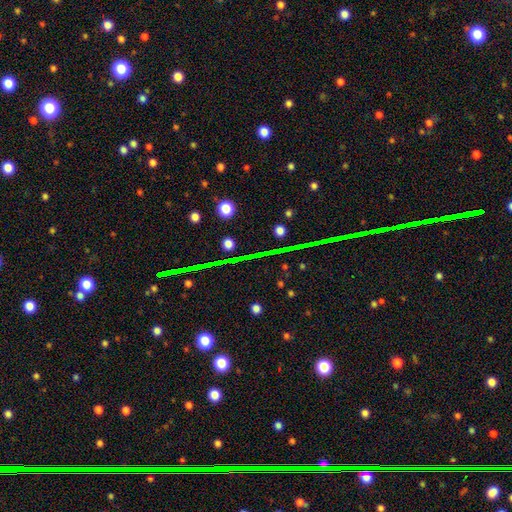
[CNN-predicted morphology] Smooth or featured? star or artifact (69%)